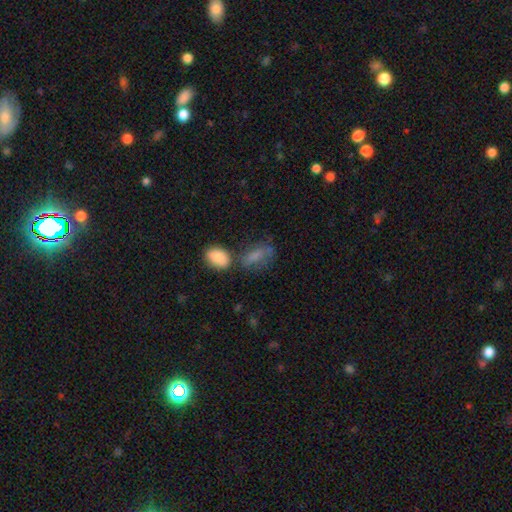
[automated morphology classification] Q: Smooth or featured?
A: smooth (73%); runner-up: featured or disk (16%)
Q: How rounded?
A: in between (79%); runner-up: cigar-shaped (13%)
Q: Merging?
A: none (44%); runner-up: minor disturbance (22%)